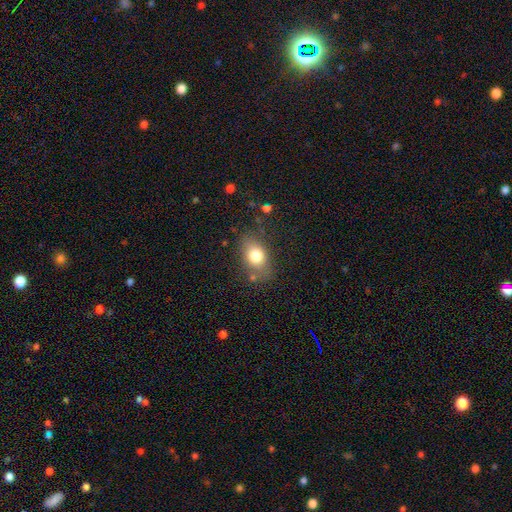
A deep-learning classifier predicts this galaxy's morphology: A smooth galaxy with no disk features (77%) that is in between round and cigar-shaped (78%).

Vote fractions:
- Smooth or featured? smooth: 77% / featured or disk: 14% / star or artifact: 9%
- How rounded? in between: 78% / round: 20% / cigar-shaped: 2%
- Merging? none: 74% / minor disturbance: 17% / major disturbance: 6% / merger: 3%